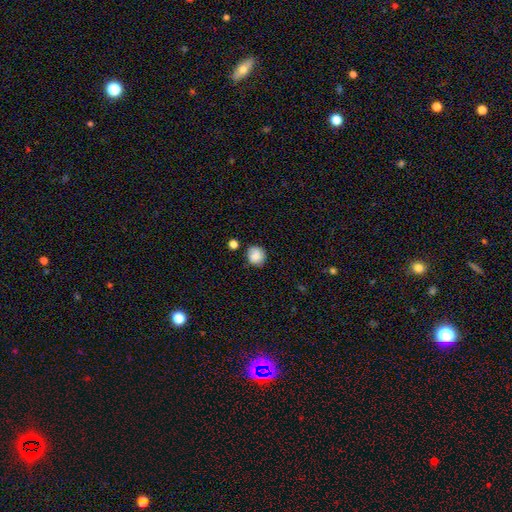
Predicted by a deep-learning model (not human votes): smooth_or_featured: smooth (p=0.84) [alt: star or artifact p=0.09]
how_rounded: round (p=0.86) [alt: in between p=0.13]
merging: none (p=0.76) [alt: minor disturbance p=0.16]